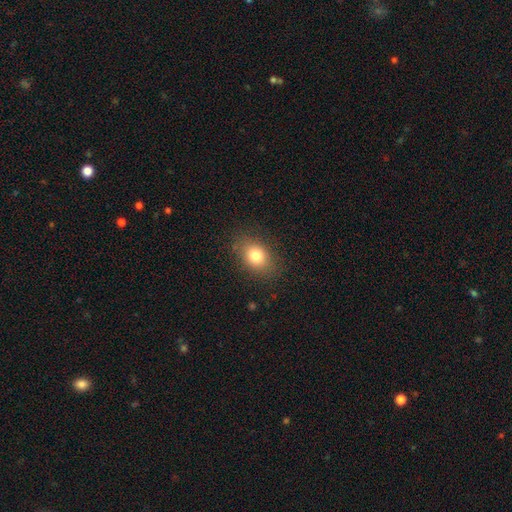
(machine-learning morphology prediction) This appears to be a smooth galaxy with no disk features (80%) that is in between round and cigar-shaped (67%). Merging: none (84%).